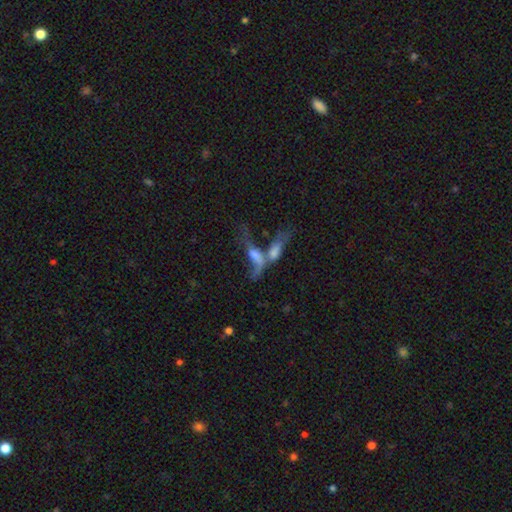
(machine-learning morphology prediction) This appears to be a featured or disk galaxy (50%). Merging: merger (69%).